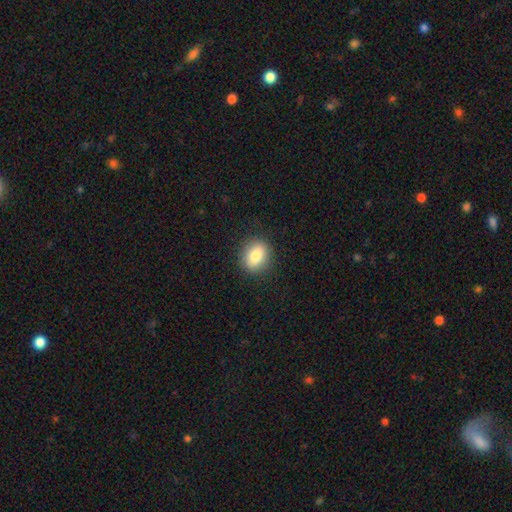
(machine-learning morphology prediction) Smooth or featured?
  - smooth: 82% *
  - featured or disk: 10%
  - star or artifact: 9%
How rounded?
  - round: 52% *
  - in between: 46%
  - cigar-shaped: 2%
Merging?
  - none: 88% *
  - minor disturbance: 8%
  - major disturbance: 3%
  - merger: 1%